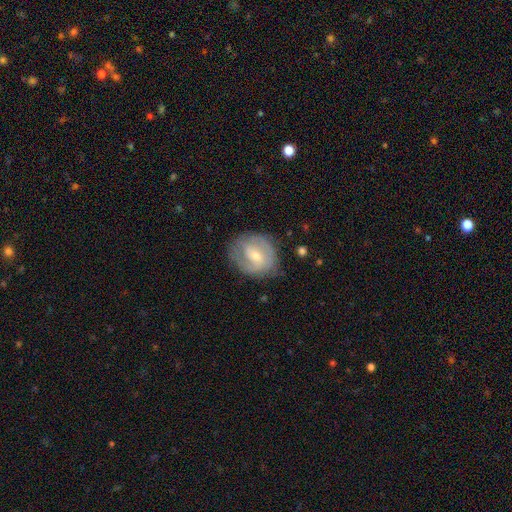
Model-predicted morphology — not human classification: smooth_or_featured: featured or disk (p=0.61) [alt: smooth p=0.33]
disk_edge_on: no (p=0.96) [alt: yes p=0.04]
bar: weak (p=0.49) [alt: no p=0.34]
has_spiral_arms: yes (p=0.72) [alt: no p=0.28]
bulge_size: moderate (p=0.48) [alt: small p=0.46]
merging: none (p=0.68) [alt: minor disturbance p=0.21]